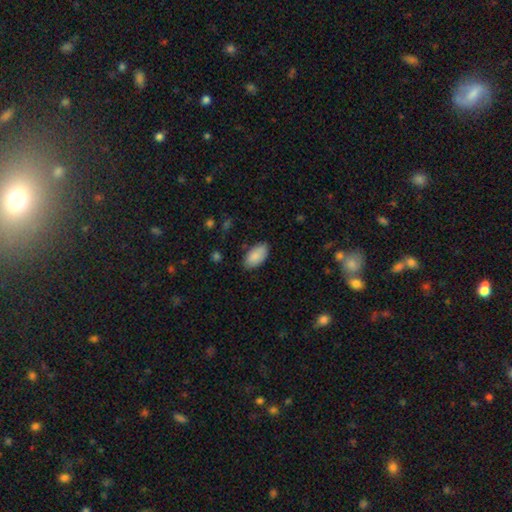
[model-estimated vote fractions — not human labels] smooth_or_featured: smooth (p=0.88) [alt: star or artifact p=0.06]
how_rounded: in between (p=0.95) [alt: round p=0.03]
merging: none (p=0.82) [alt: minor disturbance p=0.14]